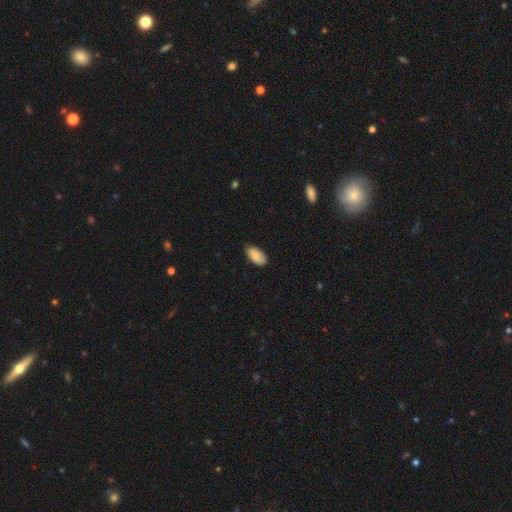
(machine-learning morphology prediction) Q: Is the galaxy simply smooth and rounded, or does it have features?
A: smooth — 86%.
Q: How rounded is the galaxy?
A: in between — 95%.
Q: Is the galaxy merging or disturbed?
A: none — 83%.